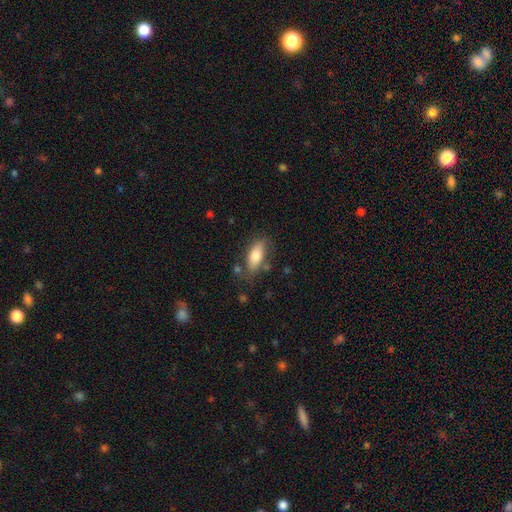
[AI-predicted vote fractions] Smooth or featured: smooth — 75% (featured or disk — 18%)
How rounded: in between — 79% (cigar-shaped — 18%)
Merging: none — 73% (minor disturbance — 17%)